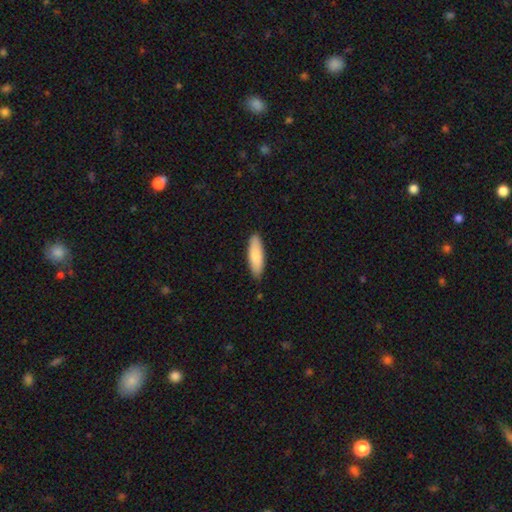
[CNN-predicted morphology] smooth 83%, featured or disk 12%, star or artifact 5%. Down the decision tree: how rounded — in between (54%); merging — none (87%).